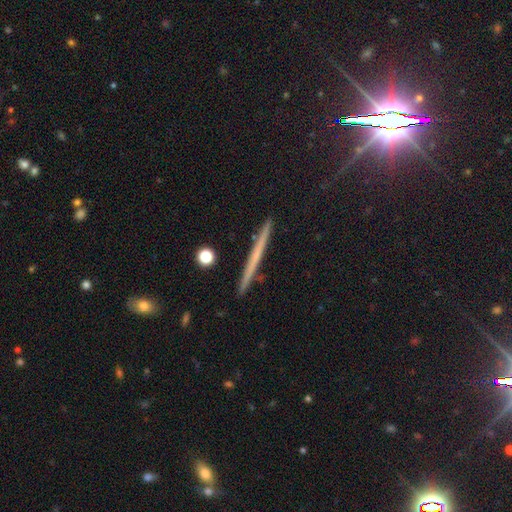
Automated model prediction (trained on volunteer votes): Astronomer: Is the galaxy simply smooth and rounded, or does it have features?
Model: featured or disk — 53% (runner-up: smooth, 35%).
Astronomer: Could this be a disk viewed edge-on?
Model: yes — 97%.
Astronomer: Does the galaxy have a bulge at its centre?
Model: none — 79%.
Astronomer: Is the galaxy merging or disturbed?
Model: none — 90%.